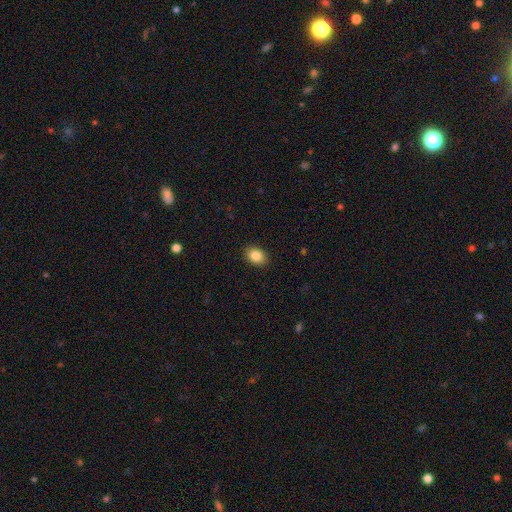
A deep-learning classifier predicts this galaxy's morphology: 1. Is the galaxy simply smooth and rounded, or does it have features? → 86% smooth, 8% star or artifact, 5% featured or disk.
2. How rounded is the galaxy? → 69% in between, 30% round, 1% cigar-shaped.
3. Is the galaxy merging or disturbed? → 89% none, 8% minor disturbance, 2% major disturbance, 1% merger.